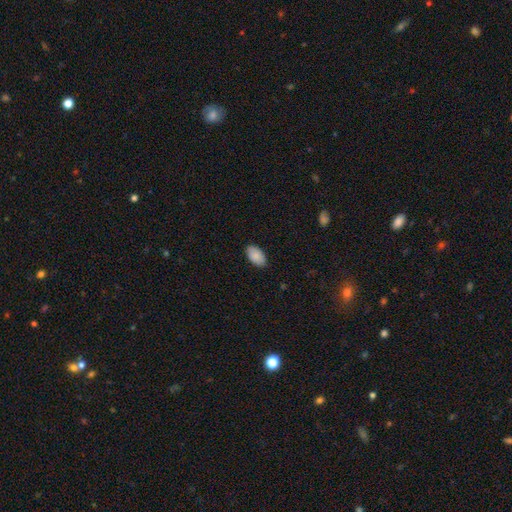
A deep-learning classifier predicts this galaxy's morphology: This appears to be a smooth galaxy with no disk features (89%) that is in between round and cigar-shaped (95%). Merging: none (88%).